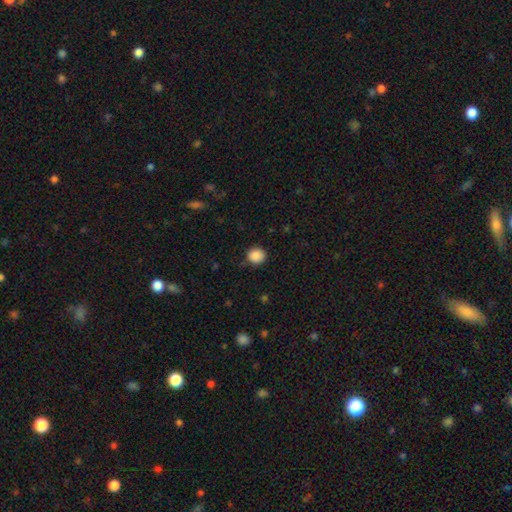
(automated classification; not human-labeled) This is clearly a smooth galaxy (88%). How rounded: clearly round (87%). Merging: clearly none (84%).